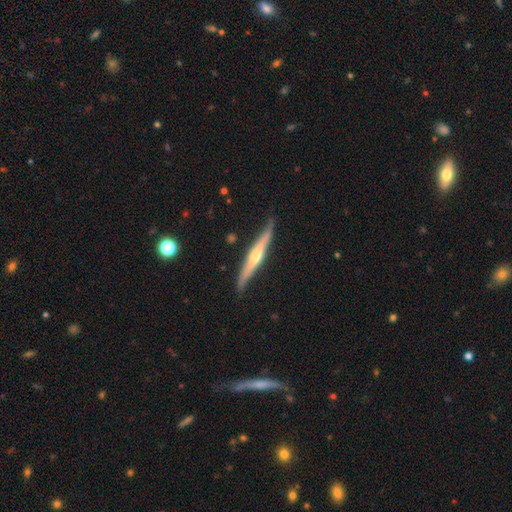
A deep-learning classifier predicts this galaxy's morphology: type=featured or disk (73%); edge-on=yes (96%); edge-on bulge=rounded (78%); merging=none (84%).